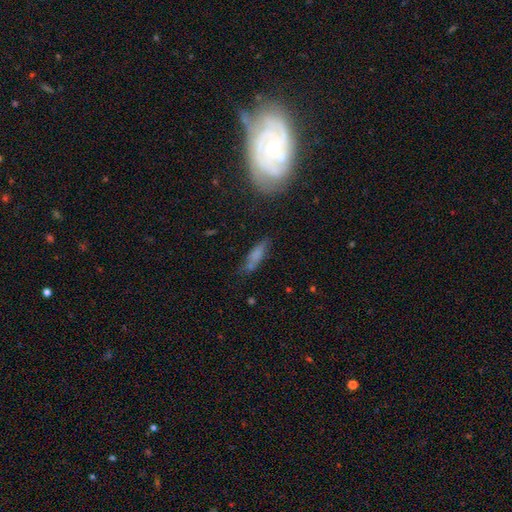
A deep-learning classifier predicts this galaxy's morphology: smooth 63%, featured or disk 25%, star or artifact 12%. Down the decision tree: how rounded — cigar-shaped (63%); merging — none (64%).